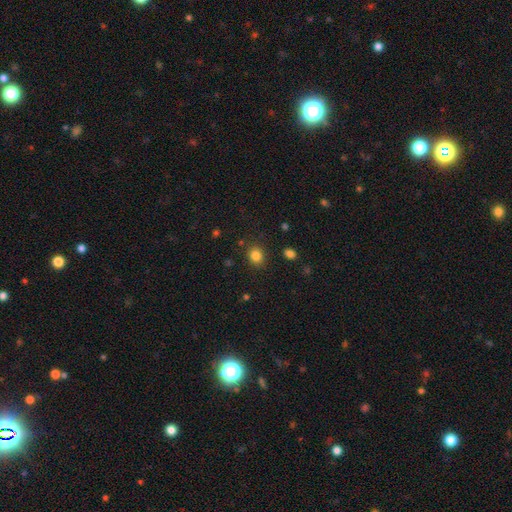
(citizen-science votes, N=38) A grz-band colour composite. It shows a smooth galaxy with no disk features (95%) that is round (50%, tied with in between). Merging: none (94%).